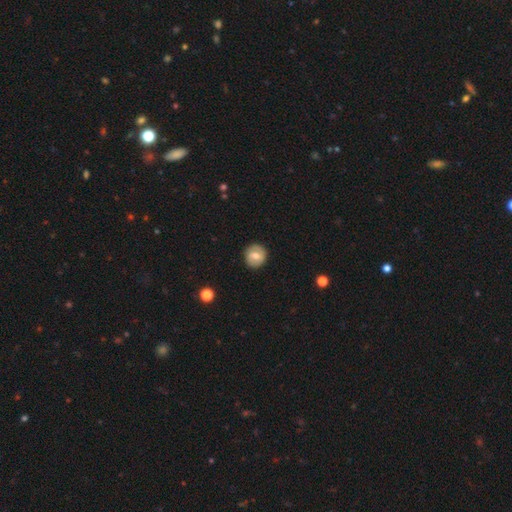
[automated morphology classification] smooth-or-featured: smooth: 63% | featured or disk: 29% | star or artifact: 7%
  how-rounded: round: 90% | in between: 9% | cigar-shaped: 1%
  merging: none: 89% | minor disturbance: 8% | major disturbance: 2% | merger: 1%